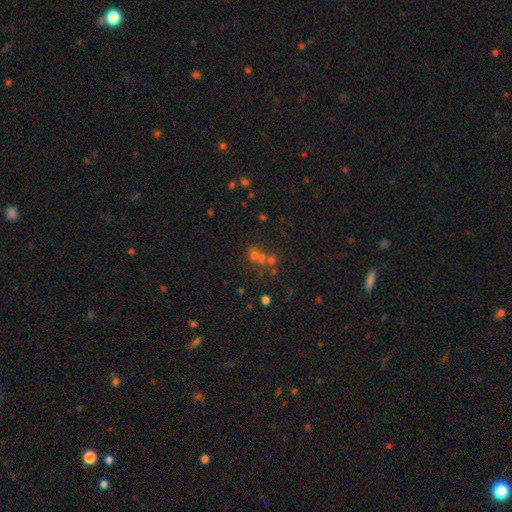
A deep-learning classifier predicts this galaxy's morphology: This appears to be a smooth galaxy with no disk features (45%). Merging: none (45%).